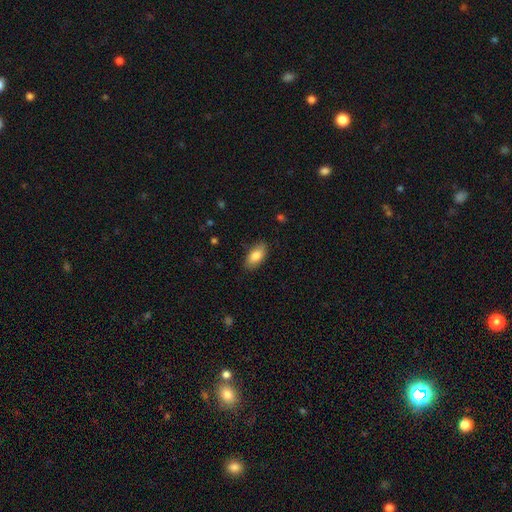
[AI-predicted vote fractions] Morphology: type=smooth (83%); roundness=in between (91%); merging=none (85%).